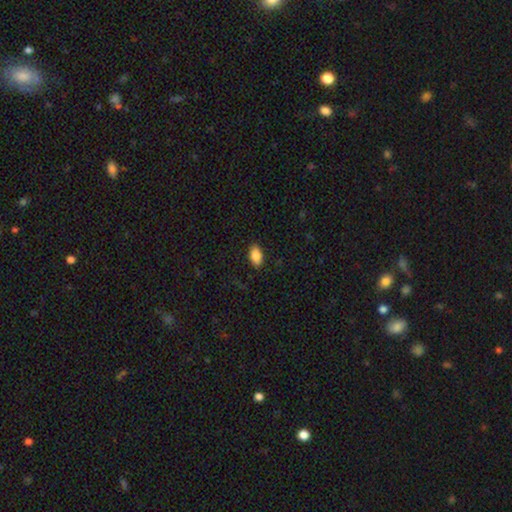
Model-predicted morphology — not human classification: This is clearly a smooth galaxy (86%). How rounded: clearly in between (92%). Merging: clearly none (88%).